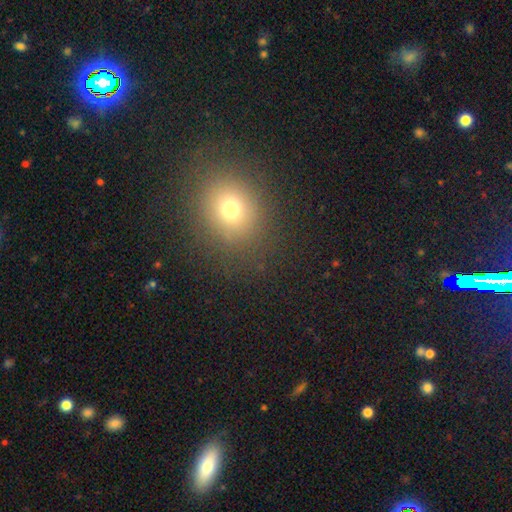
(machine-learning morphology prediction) Smooth or featured? Predicted: smooth (p=0.61). How rounded? Predicted: round (p=0.64). Merging? Predicted: none (p=0.90).